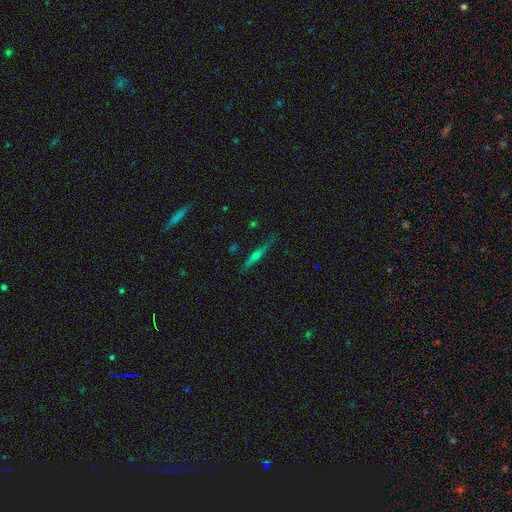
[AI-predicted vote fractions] smooth_or_featured: featured or disk (p=0.64) [alt: smooth p=0.27]
disk_edge_on: yes (p=0.97) [alt: no p=0.03]
edge_on_bulge: rounded (p=0.81) [alt: none p=0.14]
merging: none (p=0.84) [alt: minor disturbance p=0.12]